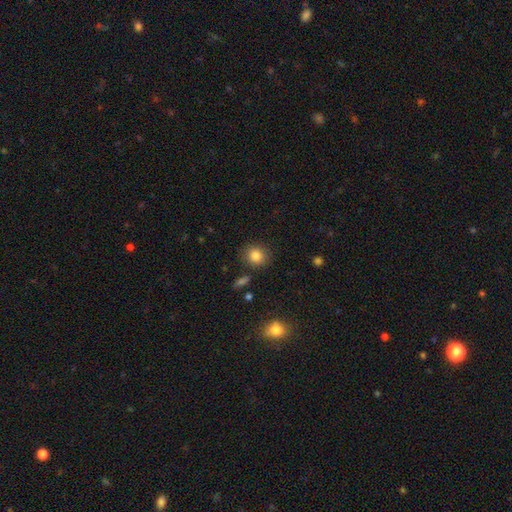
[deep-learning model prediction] The model was most divided on "how rounded": round: 79%, in between: 20%, cigar-shaped: 1%. More confident: merging — none (85%); smooth or featured — smooth (83%).